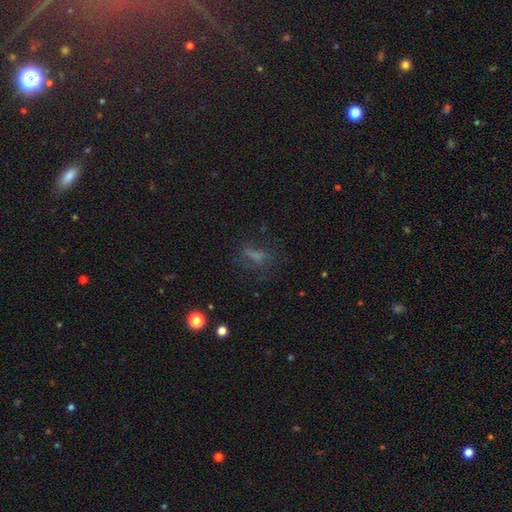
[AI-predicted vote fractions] smooth-or-featured: smooth: 51% | star or artifact: 25% | featured or disk: 24%
  how-rounded: in between: 55% | cigar-shaped: 30% | round: 15%
  merging: none: 56% | major disturbance: 21% | minor disturbance: 20% | merger: 3%